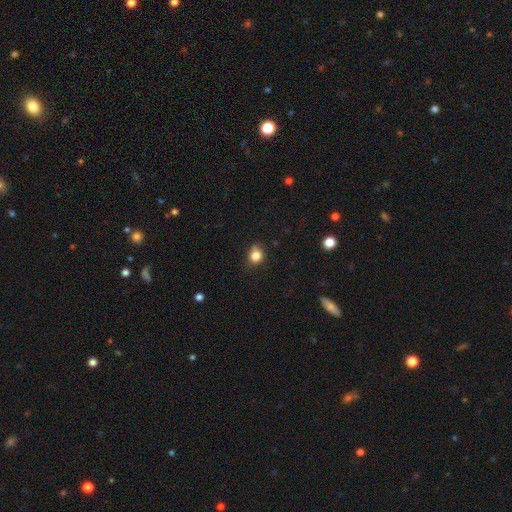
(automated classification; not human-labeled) Morphology: type=smooth (82%); roundness=round (73%); merging=none (70%).